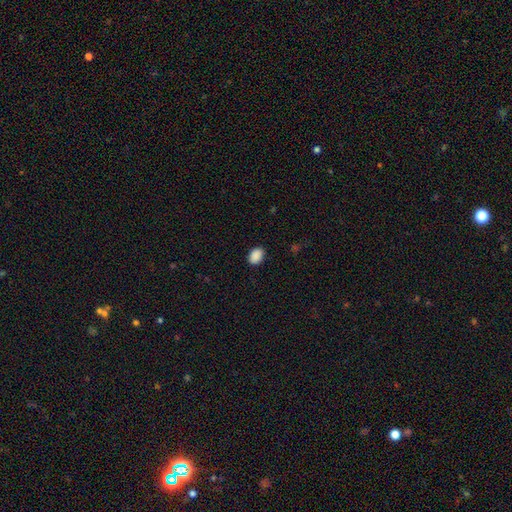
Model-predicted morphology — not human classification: A smooth galaxy with no disk features (89%) that is in between round and cigar-shaped (79%). Merging: none (88%).